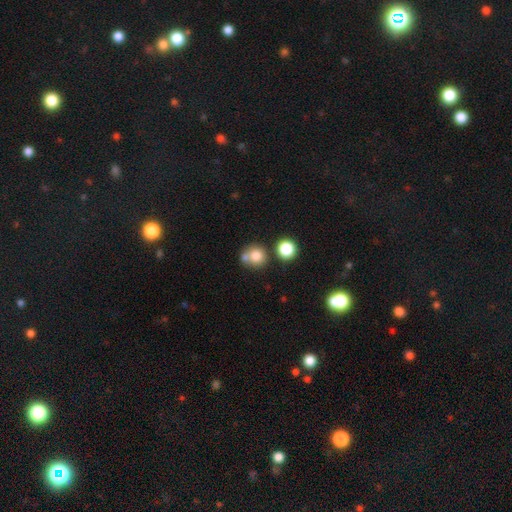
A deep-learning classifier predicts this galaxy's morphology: Smooth or featured: smooth — 77% (star or artifact — 12%)
How rounded: round — 88% (in between — 11%)
Merging: none — 54% (merger — 32%)